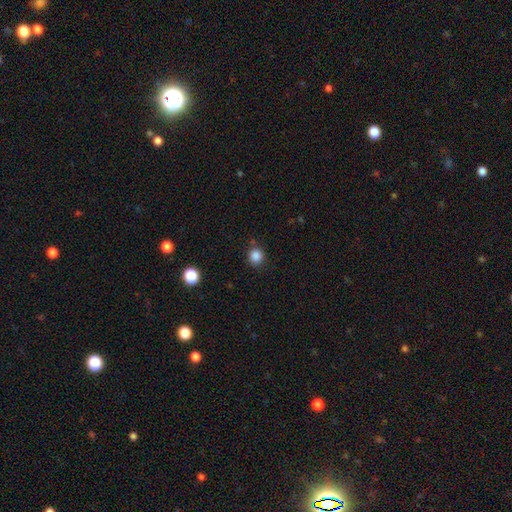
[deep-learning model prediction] smooth_or_featured: smooth (p=0.85) [alt: star or artifact p=0.12]
how_rounded: round (p=0.90) [alt: in between p=0.09]
merging: none (p=0.81) [alt: minor disturbance p=0.12]